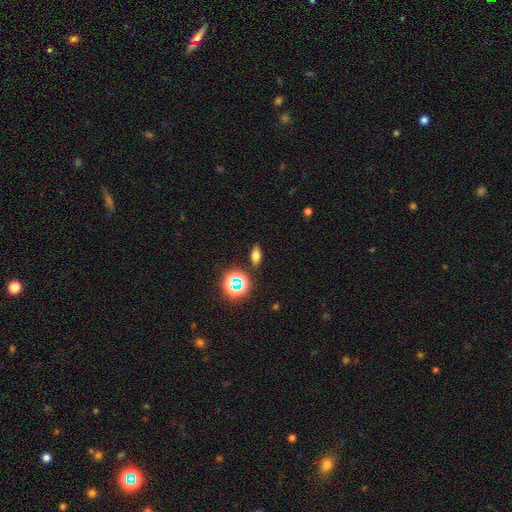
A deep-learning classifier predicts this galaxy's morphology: smooth_or_featured: smooth (p=0.65) [alt: star or artifact p=0.21]
how_rounded: in between (p=0.75) [alt: round p=0.12]
merging: none (p=0.87) [alt: minor disturbance p=0.09]